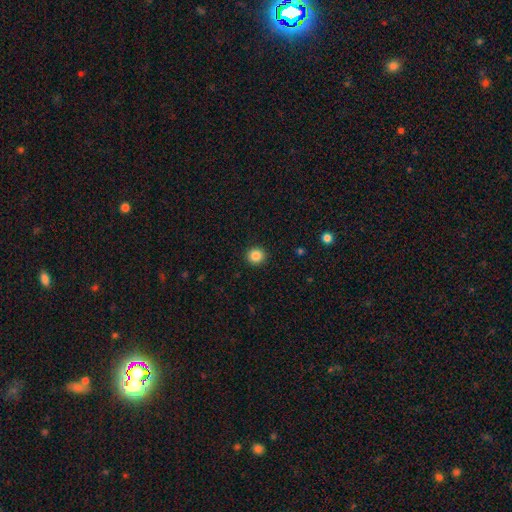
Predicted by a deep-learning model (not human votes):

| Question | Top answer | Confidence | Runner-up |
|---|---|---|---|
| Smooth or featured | smooth | 86% | star or artifact (10%) |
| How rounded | round | 93% | in between (6%) |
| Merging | none | 93% | minor disturbance (5%) |